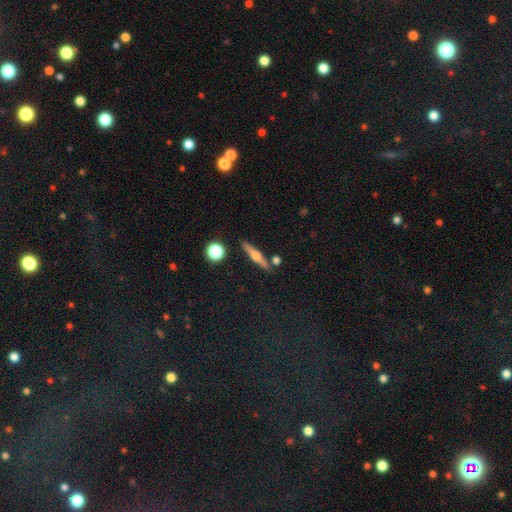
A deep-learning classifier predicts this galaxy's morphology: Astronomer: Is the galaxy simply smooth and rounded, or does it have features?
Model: featured or disk — 56% (runner-up: smooth, 35%).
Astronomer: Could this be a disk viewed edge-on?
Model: yes — 96%.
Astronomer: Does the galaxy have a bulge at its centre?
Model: rounded — 89%.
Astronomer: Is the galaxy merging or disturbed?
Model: none — 82%.